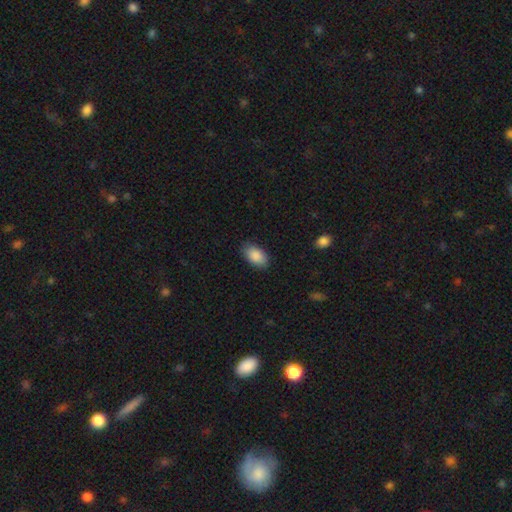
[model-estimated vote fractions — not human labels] smooth_or_featured: smooth (p=0.89) [alt: star or artifact p=0.06]
how_rounded: in between (p=0.94) [alt: round p=0.04]
merging: none (p=0.85) [alt: minor disturbance p=0.11]